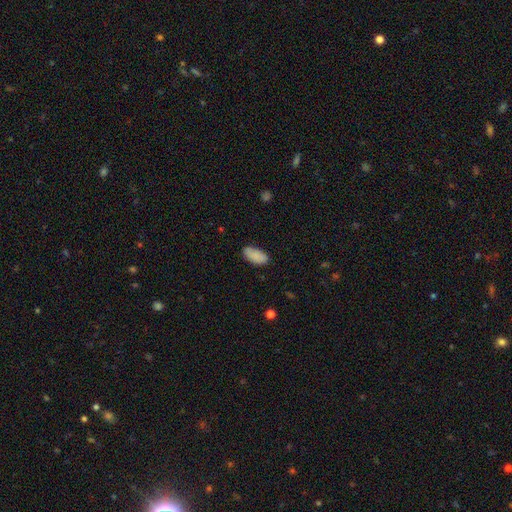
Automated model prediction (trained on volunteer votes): smooth-or-featured: smooth: 88% | star or artifact: 7% | featured or disk: 5%
  how-rounded: in between: 90% | cigar-shaped: 8% | round: 2%
  merging: none: 82% | minor disturbance: 14% | major disturbance: 3% | merger: 1%